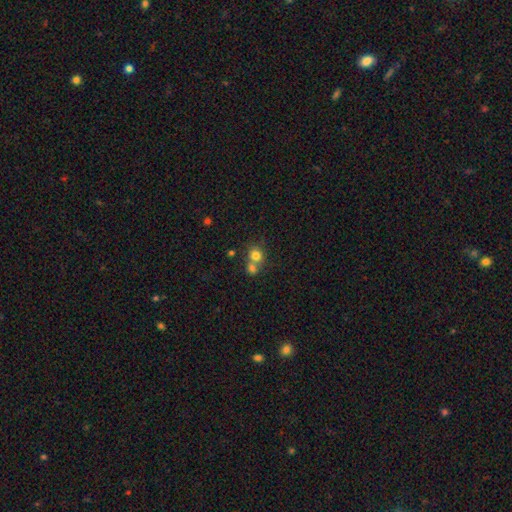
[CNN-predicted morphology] Smooth or featured?
  - smooth: 77% *
  - star or artifact: 12%
  - featured or disk: 11%
How rounded?
  - round: 83% *
  - in between: 16%
  - cigar-shaped: 1%
Merging?
  - merger: 49% *
  - none: 42%
  - minor disturbance: 7%
  - major disturbance: 3%